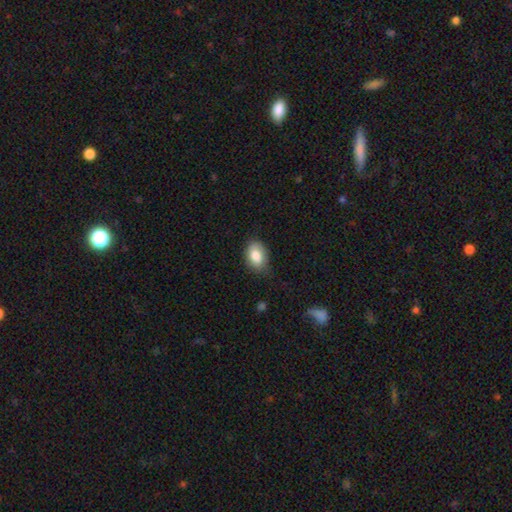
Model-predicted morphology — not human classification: Smooth or featured? smooth (80%)
How rounded? in between (84%)
Merging? none (68%)